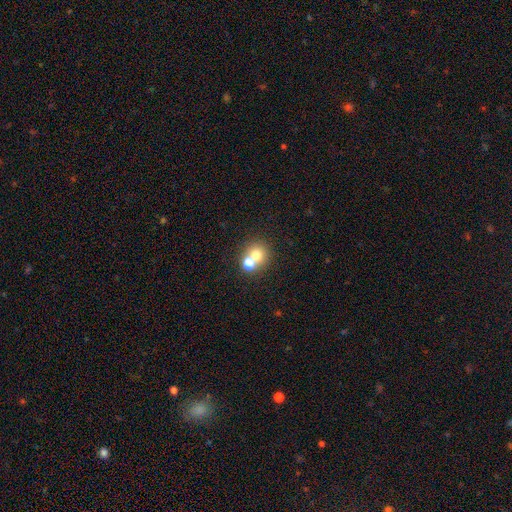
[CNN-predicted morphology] Smooth or featured? smooth (70%)
How rounded? round (84%)
Merging? merger (47%)